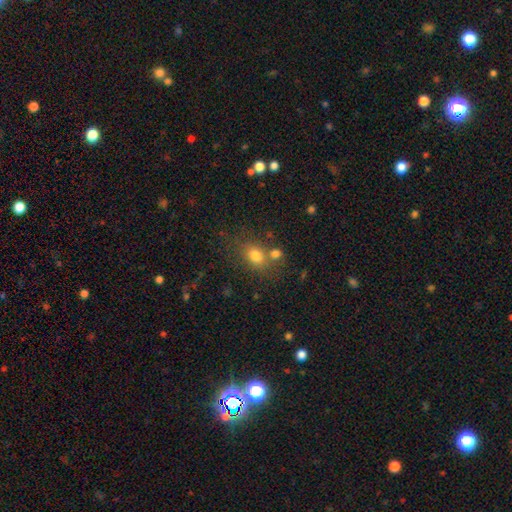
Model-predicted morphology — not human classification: Overall: smooth (78%). How rounded: in between (64%; round 34%). Merging: none (59%; merger 23%).